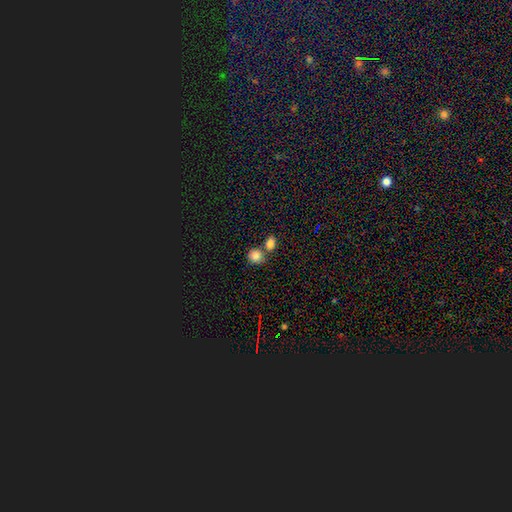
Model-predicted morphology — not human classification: Q: Smooth or featured?
A: smooth (85%); runner-up: star or artifact (9%)
Q: How rounded?
A: round (76%); runner-up: in between (23%)
Q: Merging?
A: none (57%); runner-up: merger (31%)